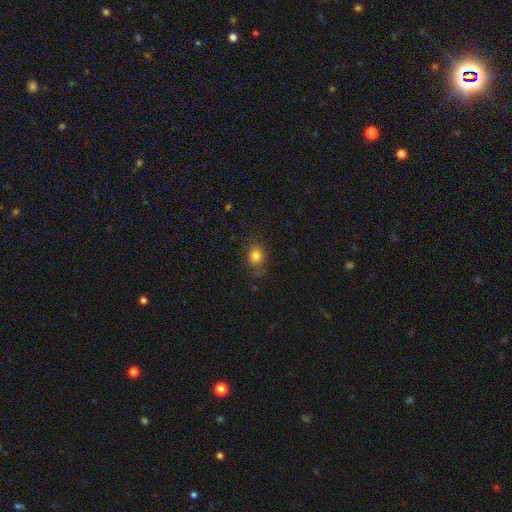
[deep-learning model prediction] Smooth or featured?
  - smooth: 81% *
  - star or artifact: 12%
  - featured or disk: 7%
How rounded?
  - round: 62% *
  - in between: 37%
  - cigar-shaped: 1%
Merging?
  - none: 79% *
  - minor disturbance: 15%
  - major disturbance: 4%
  - merger: 2%